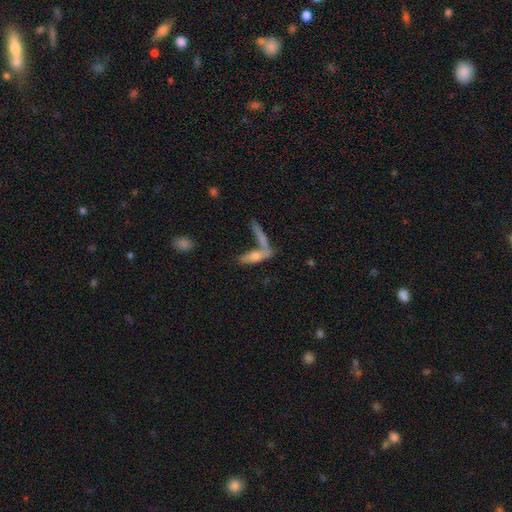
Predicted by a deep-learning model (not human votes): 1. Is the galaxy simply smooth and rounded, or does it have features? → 57% smooth, 33% featured or disk, 10% star or artifact.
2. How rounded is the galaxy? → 62% cigar-shaped, 34% in between, 3% round.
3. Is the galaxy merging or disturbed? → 48% merger, 35% none, 9% minor disturbance, 8% major disturbance.